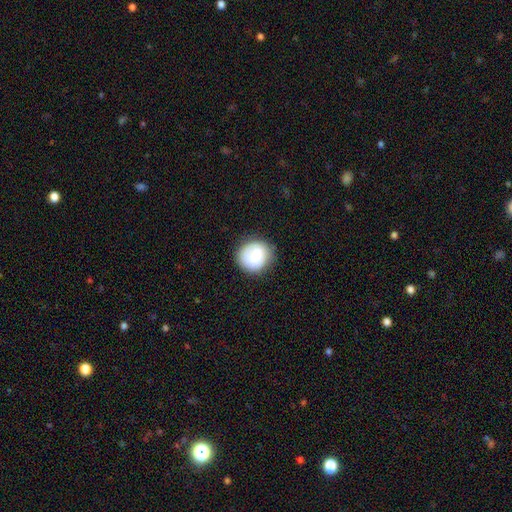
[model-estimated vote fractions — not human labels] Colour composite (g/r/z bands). It shows a smooth galaxy with no disk features (70%) that is round (84%). Merging: none (79%).